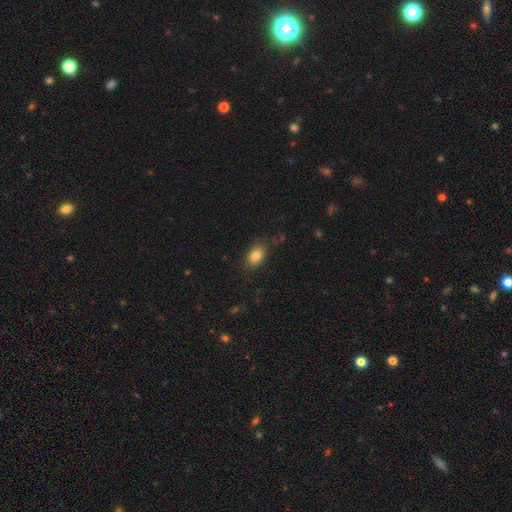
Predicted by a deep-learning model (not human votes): smooth-or-featured: smooth: 84% | star or artifact: 9% | featured or disk: 7%
  how-rounded: in between: 85% | round: 13% | cigar-shaped: 2%
  merging: none: 82% | minor disturbance: 14% | major disturbance: 3% | merger: 1%